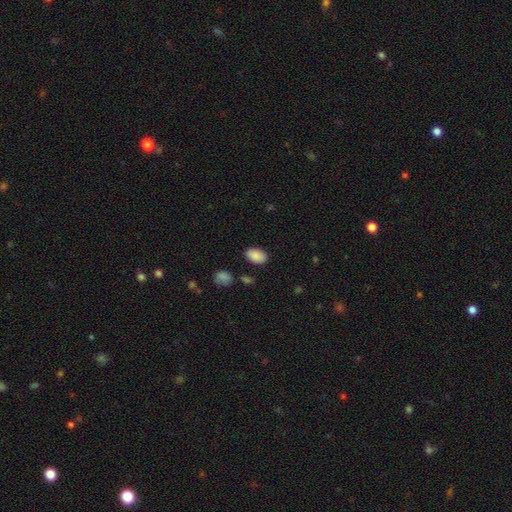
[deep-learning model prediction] smooth 88%, star or artifact 8%, featured or disk 4%. Down the decision tree: how rounded — in between (92%); merging — none (83%).